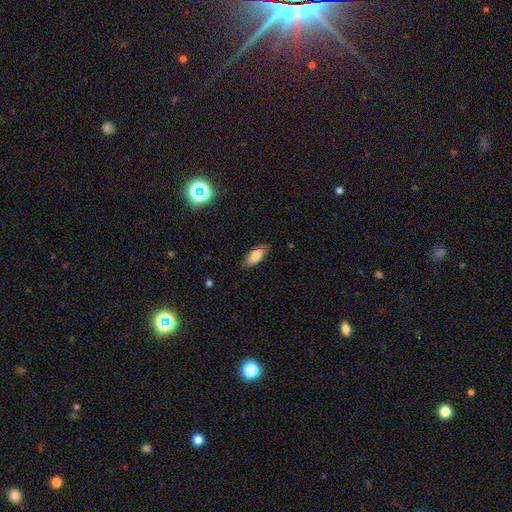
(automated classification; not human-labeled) Smooth or featured: smooth — 74% (featured or disk — 18%)
How rounded: in between — 85% (cigar-shaped — 12%)
Merging: none — 77% (minor disturbance — 18%)